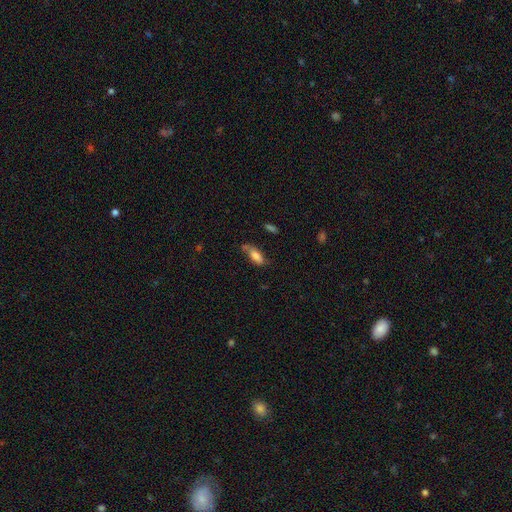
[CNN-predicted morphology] A smooth galaxy with no disk features (77%) that is in between round and cigar-shaped (78%).

Vote fractions:
- Smooth or featured? smooth: 77% / featured or disk: 14% / star or artifact: 8%
- How rounded? in between: 78% / cigar-shaped: 19% / round: 3%
- Merging? none: 52% / minor disturbance: 27% / merger: 11% / major disturbance: 10%